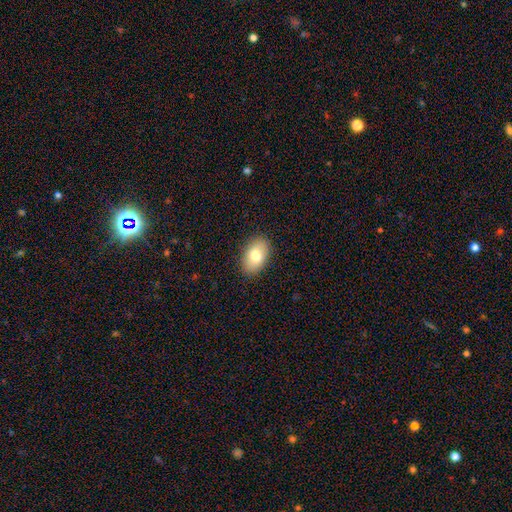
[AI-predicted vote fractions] Smooth or featured?
  - smooth: 77% *
  - featured or disk: 16%
  - star or artifact: 7%
How rounded?
  - in between: 91% *
  - round: 8%
  - cigar-shaped: 1%
Merging?
  - none: 88% *
  - minor disturbance: 9%
  - major disturbance: 2%
  - merger: 1%